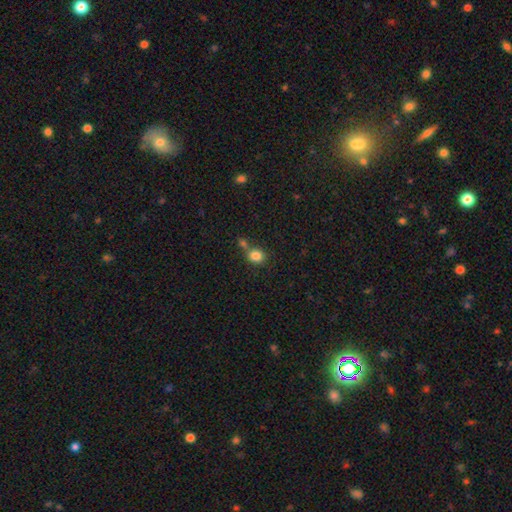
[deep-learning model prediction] smooth_or_featured: smooth (p=0.84) [alt: star or artifact p=0.11]
how_rounded: round (p=0.65) [alt: in between p=0.34]
merging: none (p=0.54) [alt: merger p=0.31]